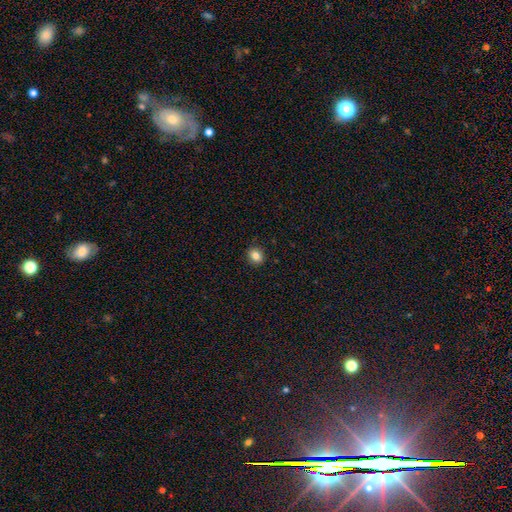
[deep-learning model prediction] Smooth or featured?
  - smooth: 84% *
  - star or artifact: 11%
  - featured or disk: 6%
How rounded?
  - round: 68% *
  - in between: 31%
  - cigar-shaped: 1%
Merging?
  - none: 91% *
  - minor disturbance: 7%
  - major disturbance: 2%
  - merger: 1%